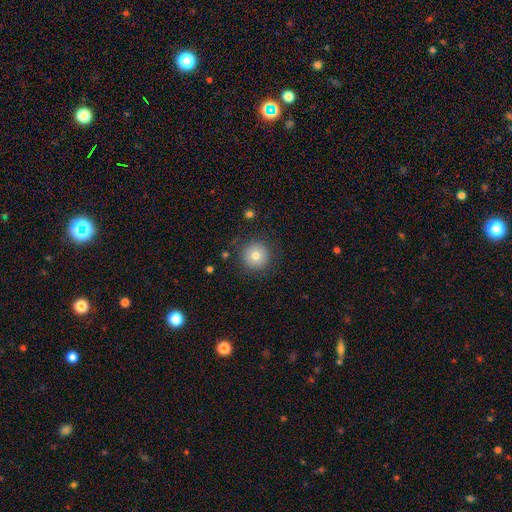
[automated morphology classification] This is likely a smooth galaxy (78%). How rounded: clearly round (96%). Merging: clearly none (87%).